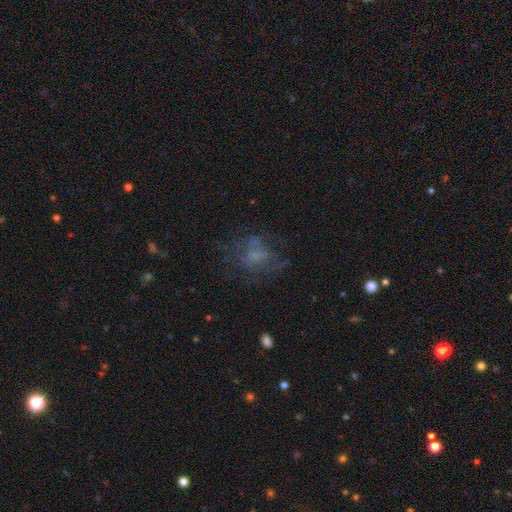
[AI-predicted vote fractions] Smooth or featured? featured or disk (46%)
Merging? none (48%)